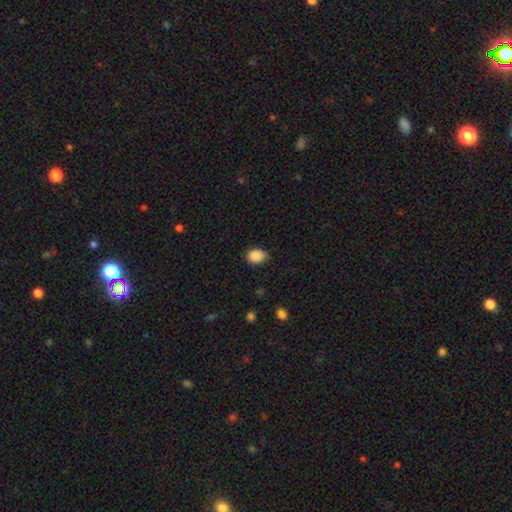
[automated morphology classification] Smooth or featured? Predicted: smooth (p=0.88). How rounded? Predicted: in between (p=0.62). Merging? Predicted: none (p=0.77).